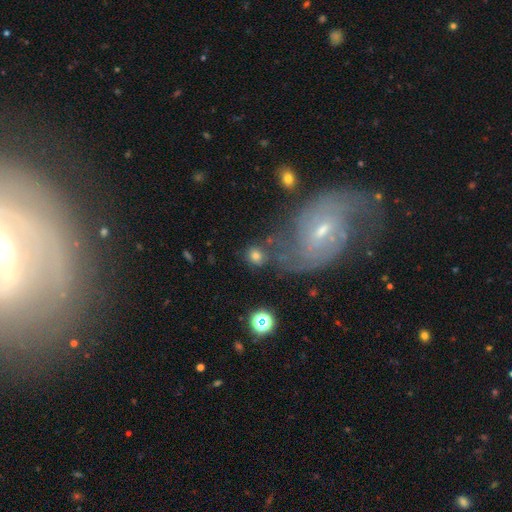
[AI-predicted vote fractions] Smooth or featured?
  - smooth: 67% *
  - featured or disk: 17%
  - star or artifact: 16%
How rounded?
  - round: 71% *
  - in between: 27%
  - cigar-shaped: 2%
Merging?
  - none: 66% *
  - minor disturbance: 15%
  - merger: 10%
  - major disturbance: 9%